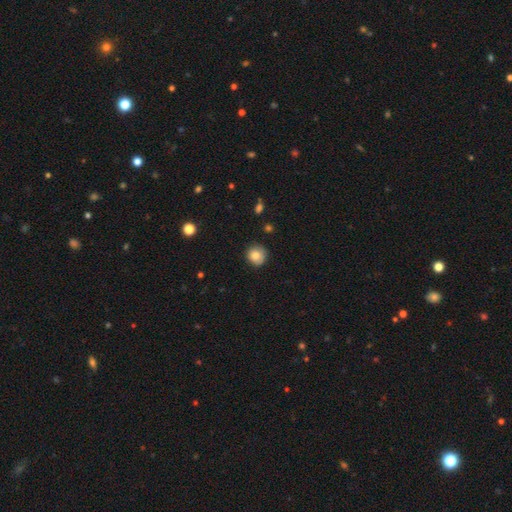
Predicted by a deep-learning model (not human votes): Q: Smooth or featured?
A: smooth (81%); runner-up: featured or disk (10%)
Q: How rounded?
A: round (89%); runner-up: in between (10%)
Q: Merging?
A: none (78%); runner-up: minor disturbance (17%)